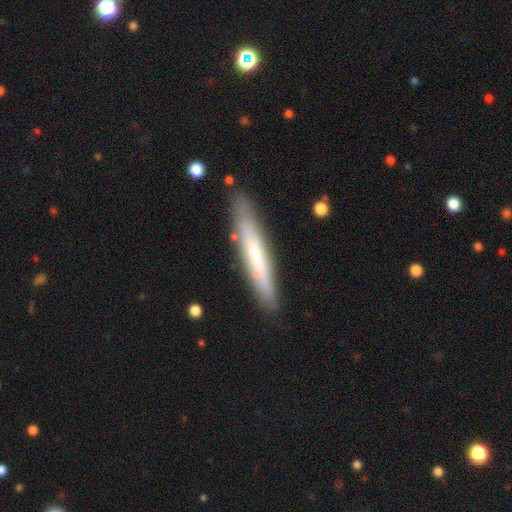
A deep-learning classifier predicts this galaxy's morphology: This appears to be a smooth galaxy with no disk features (53%) that is cigar-shaped (92%). Merging: none (85%).